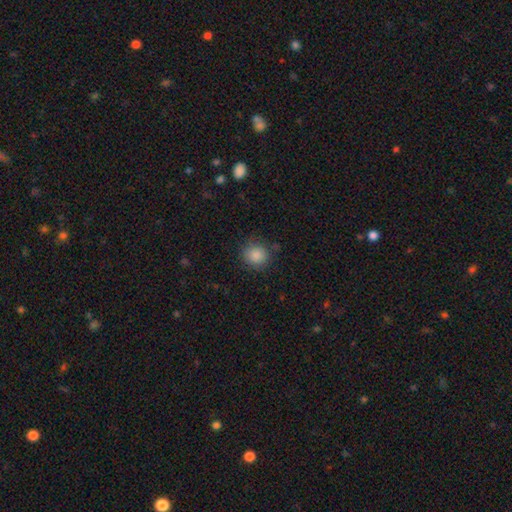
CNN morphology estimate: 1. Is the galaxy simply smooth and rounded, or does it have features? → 85% smooth, 11% star or artifact, 4% featured or disk.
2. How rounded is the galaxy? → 89% round, 10% in between, 1% cigar-shaped.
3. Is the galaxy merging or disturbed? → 84% none, 11% minor disturbance, 3% major disturbance, 2% merger.